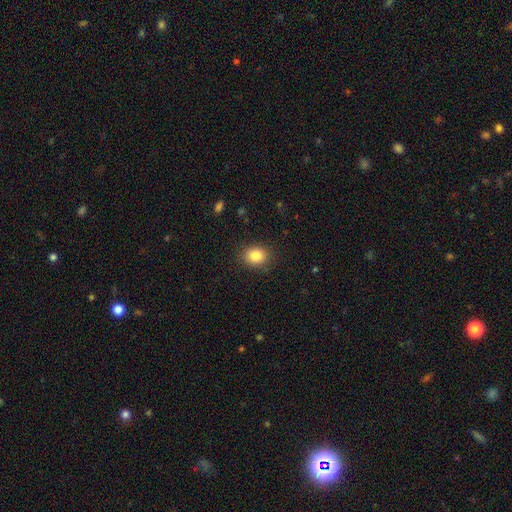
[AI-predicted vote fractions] smooth-or-featured: smooth: 84% | star or artifact: 10% | featured or disk: 6%
  how-rounded: round: 57% | in between: 42% | cigar-shaped: 1%
  merging: none: 87% | minor disturbance: 9% | major disturbance: 3% | merger: 1%